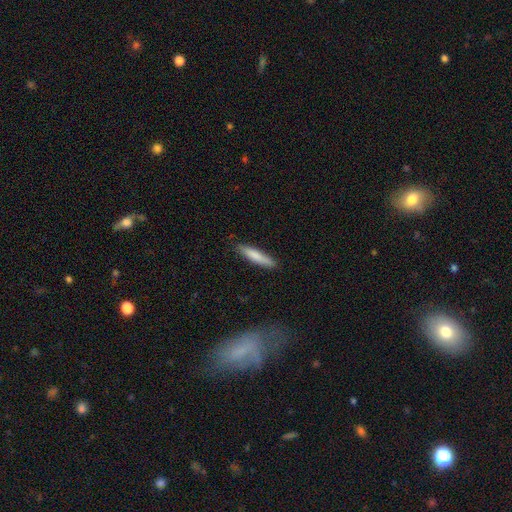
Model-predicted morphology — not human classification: A smooth galaxy with no disk features (80%) that is cigar-shaped (88%). Merging: none (88%).